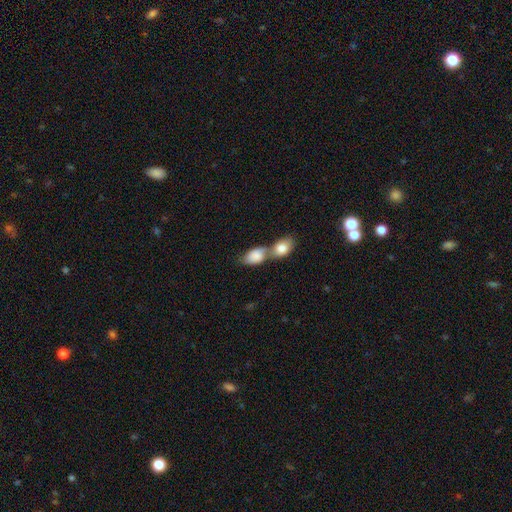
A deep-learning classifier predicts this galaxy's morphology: smooth-or-featured: smooth: 81% | featured or disk: 13% | star or artifact: 6%
  how-rounded: in between: 85% | round: 12% | cigar-shaped: 3%
  merging: merger: 76% | none: 14% | minor disturbance: 6% | major disturbance: 4%